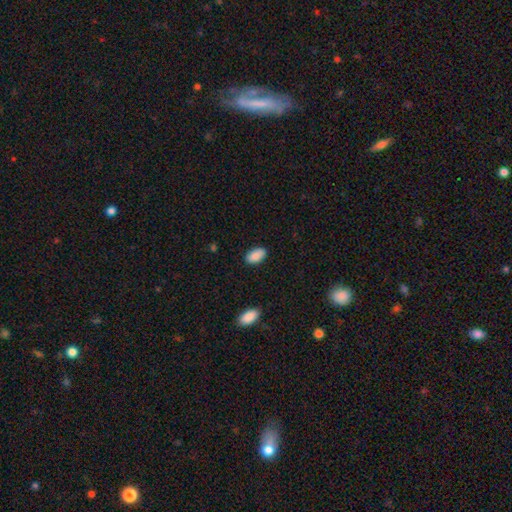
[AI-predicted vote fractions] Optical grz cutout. It shows a smooth galaxy with no disk features (88%) that is in between round and cigar-shaped (94%). Merging: none (85%).